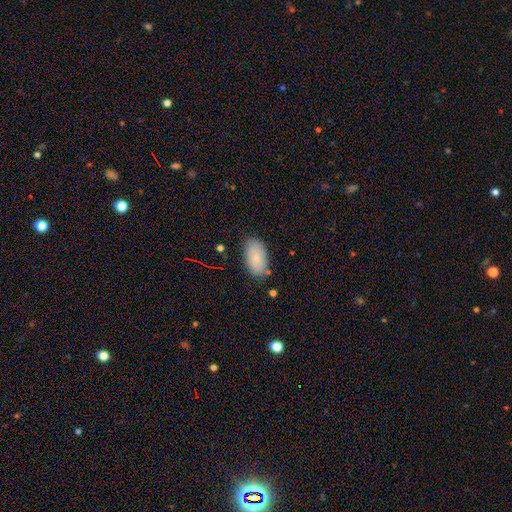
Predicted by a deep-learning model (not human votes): smooth-or-featured: smooth: 83% | featured or disk: 10% | star or artifact: 7%
  how-rounded: in between: 94% | round: 4% | cigar-shaped: 2%
  merging: none: 80% | minor disturbance: 15% | major disturbance: 3% | merger: 2%